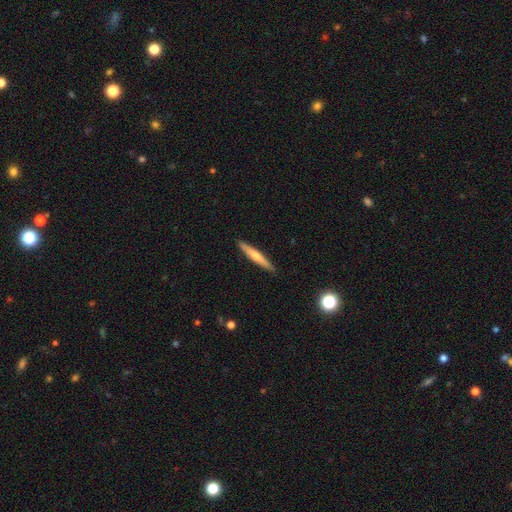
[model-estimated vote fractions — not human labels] Morphology: type=smooth (52%); roundness=cigar-shaped (94%); merging=none (91%).